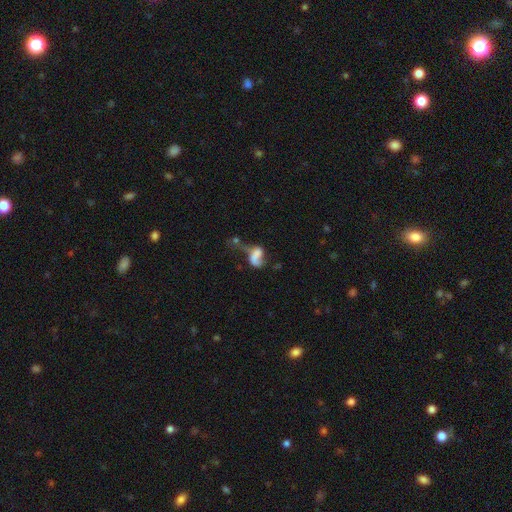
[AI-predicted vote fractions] The model was most divided on "merging": major disturbance: 40%, merger: 28%, none: 18%, minor disturbance: 15%. More confident: how rounded — in between (81%); smooth or featured — smooth (51%).